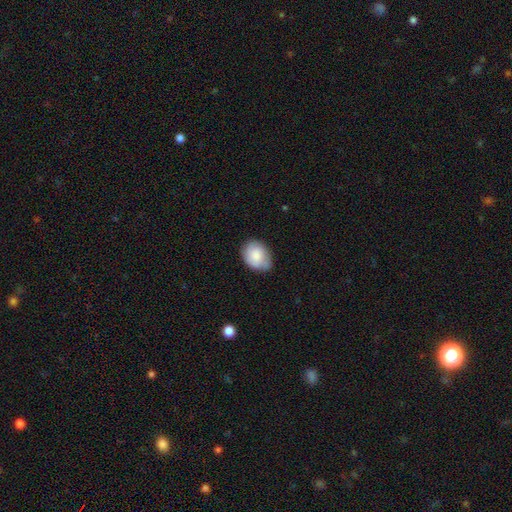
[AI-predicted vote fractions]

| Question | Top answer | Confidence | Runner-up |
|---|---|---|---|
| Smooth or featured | smooth | 82% | featured or disk (11%) |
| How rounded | in between | 68% | round (31%) |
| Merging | none | 68% | minor disturbance (26%) |